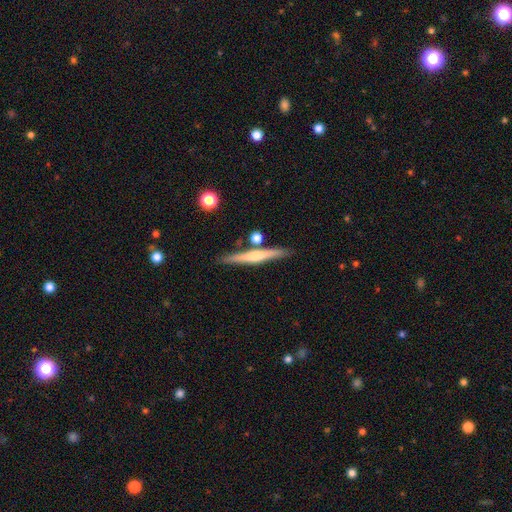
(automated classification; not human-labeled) Smooth or featured? featured or disk (51%)
Edge-on disk? yes (96%)
Merging? none (80%)